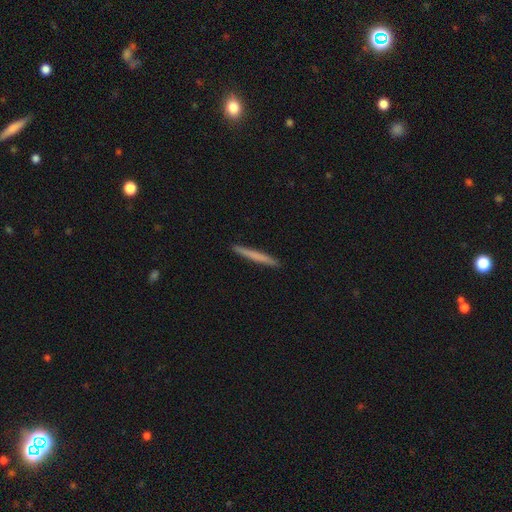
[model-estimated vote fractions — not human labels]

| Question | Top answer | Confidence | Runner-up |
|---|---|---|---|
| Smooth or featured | smooth | 64% | featured or disk (30%) |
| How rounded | cigar-shaped | 97% | in between (2%) |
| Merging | none | 93% | minor disturbance (5%) |